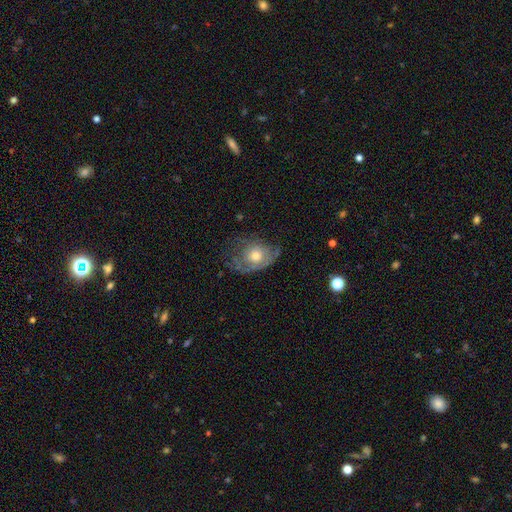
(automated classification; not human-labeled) Smooth or featured? Predicted: featured or disk (p=0.50). Edge-on disk? Predicted: no (p=0.94). Merging? Predicted: none (p=0.43).